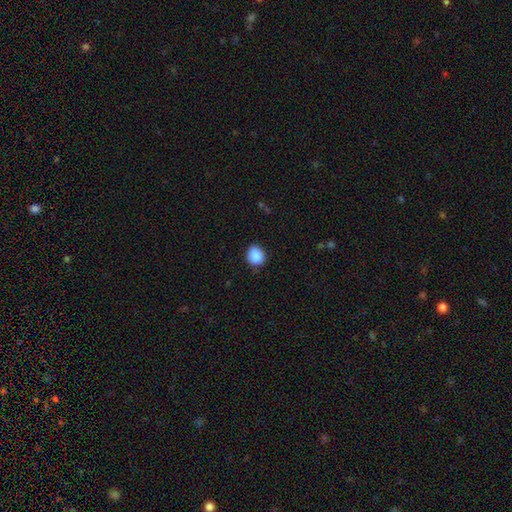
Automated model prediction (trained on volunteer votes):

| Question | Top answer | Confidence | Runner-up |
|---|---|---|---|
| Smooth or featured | smooth | 89% | star or artifact (8%) |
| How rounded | round | 75% | in between (24%) |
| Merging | none | 83% | minor disturbance (14%) |